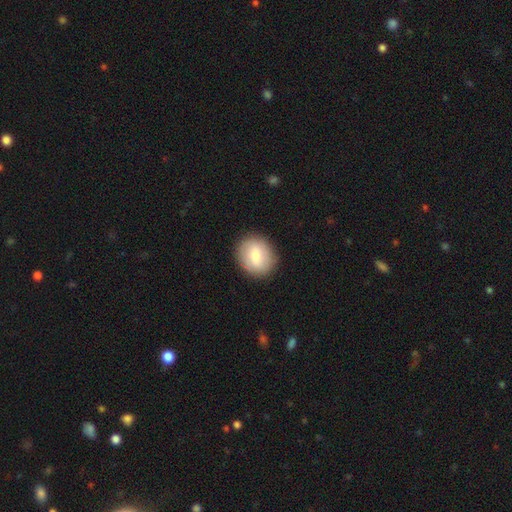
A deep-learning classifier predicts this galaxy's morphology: smooth_or_featured: smooth (p=0.68) [alt: featured or disk p=0.25]
how_rounded: round (p=0.72) [alt: in between p=0.27]
merging: none (p=0.88) [alt: minor disturbance p=0.08]